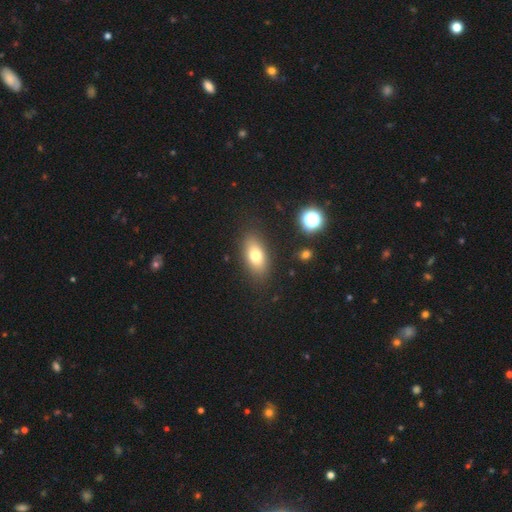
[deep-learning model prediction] This appears to be a smooth galaxy with no disk features (72%) that is in between round and cigar-shaped (85%). Merging: none (85%).